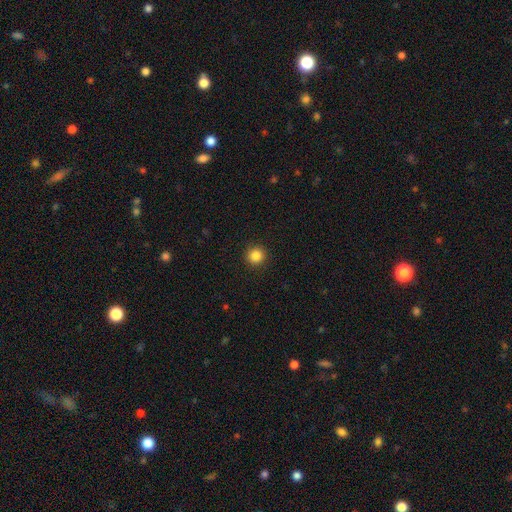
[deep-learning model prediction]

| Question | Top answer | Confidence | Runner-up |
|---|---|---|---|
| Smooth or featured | smooth | 85% | star or artifact (11%) |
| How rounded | round | 94% | in between (5%) |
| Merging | none | 92% | minor disturbance (5%) |